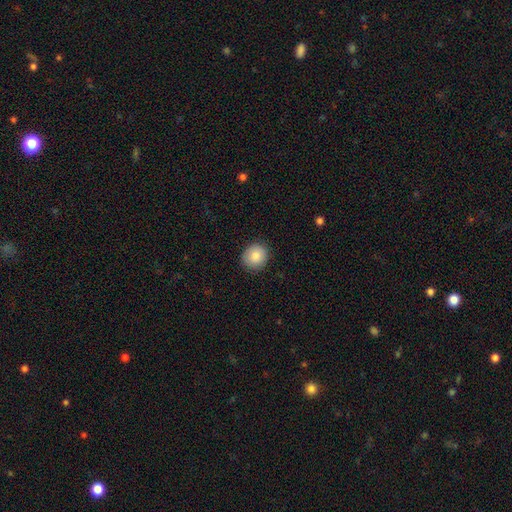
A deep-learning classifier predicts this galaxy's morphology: Q: Smooth or featured?
A: smooth (85%); runner-up: star or artifact (8%)
Q: How rounded?
A: round (77%); runner-up: in between (22%)
Q: Merging?
A: none (88%); runner-up: minor disturbance (9%)